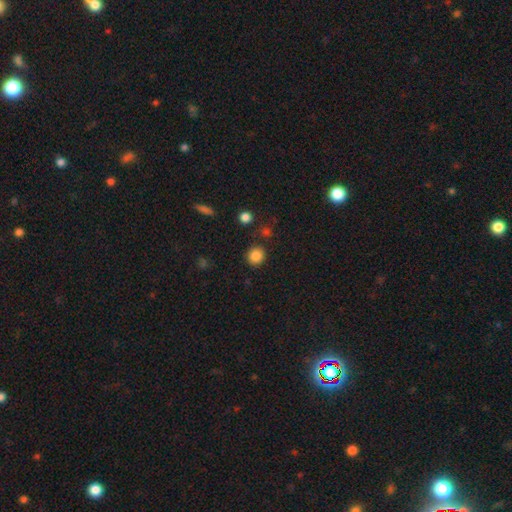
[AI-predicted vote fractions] This is clearly a smooth galaxy (85%). How rounded: clearly round (87%). Merging: clearly none (85%).